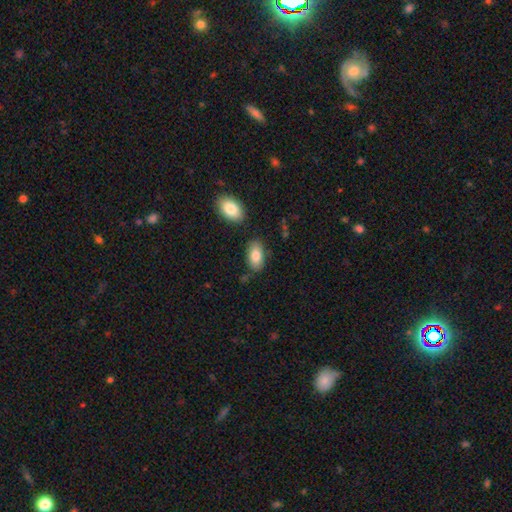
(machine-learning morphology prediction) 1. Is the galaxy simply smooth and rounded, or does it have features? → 82% smooth, 11% featured or disk, 7% star or artifact.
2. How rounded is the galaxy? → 94% in between, 4% round, 3% cigar-shaped.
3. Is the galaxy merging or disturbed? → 77% none, 14% minor disturbance, 6% merger, 3% major disturbance.